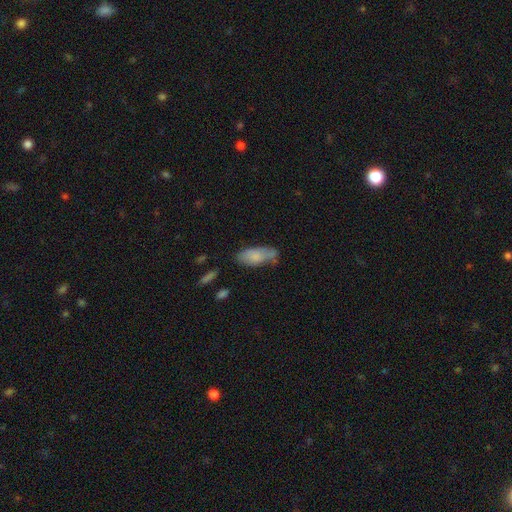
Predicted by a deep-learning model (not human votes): smooth-or-featured: smooth: 76% | featured or disk: 17% | star or artifact: 7%
  how-rounded: in between: 81% | cigar-shaped: 17% | round: 2%
  merging: none: 53% | minor disturbance: 31% | major disturbance: 8% | merger: 8%